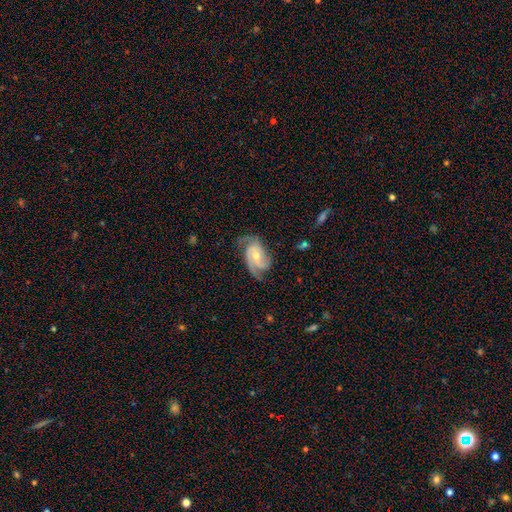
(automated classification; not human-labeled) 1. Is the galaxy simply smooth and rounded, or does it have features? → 85% featured or disk, 10% smooth, 5% star or artifact.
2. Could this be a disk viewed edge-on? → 97% no, 3% yes.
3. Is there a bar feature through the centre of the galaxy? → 55% no, 35% weak, 10% strong.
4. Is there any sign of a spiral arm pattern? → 97% yes, 3% no.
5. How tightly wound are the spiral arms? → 45% medium, 37% tight, 18% loose.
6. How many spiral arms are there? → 55% 2, 25% 3, 9% can't tell, 5% 1, 3% 4, 3% more than 4.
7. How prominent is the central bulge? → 57% moderate, 38% small, 2% large, 1% none, 1% dominant.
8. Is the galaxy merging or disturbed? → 65% none, 22% minor disturbance, 12% major disturbance, 1% merger.